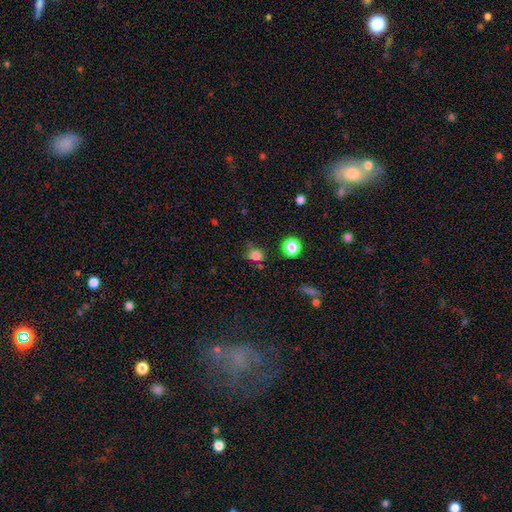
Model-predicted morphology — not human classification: smooth-or-featured: smooth: 79% | star or artifact: 16% | featured or disk: 5%
  how-rounded: round: 80% | in between: 19% | cigar-shaped: 1%
  merging: none: 72% | minor disturbance: 16% | merger: 7% | major disturbance: 5%